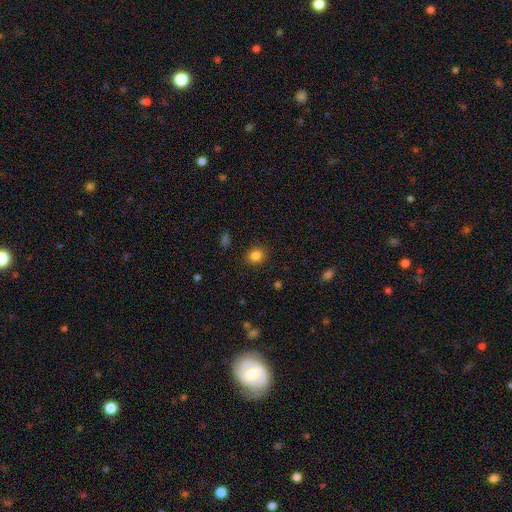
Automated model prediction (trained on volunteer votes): This appears to be a smooth galaxy with no disk features (84%) that is round (68%). Merging: none (89%).